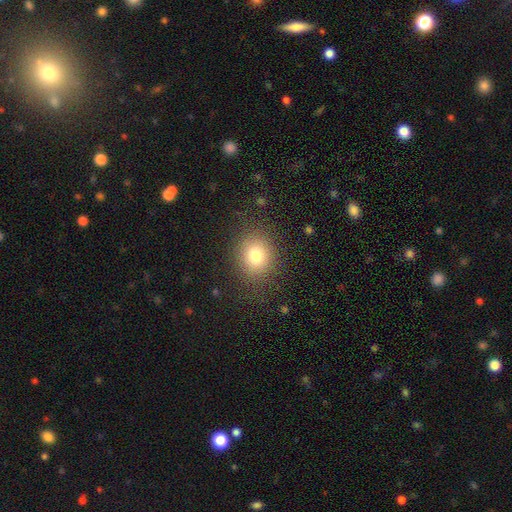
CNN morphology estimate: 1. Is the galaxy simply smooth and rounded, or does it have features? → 78% smooth, 13% star or artifact, 10% featured or disk.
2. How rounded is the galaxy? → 71% round, 28% in between, 1% cigar-shaped.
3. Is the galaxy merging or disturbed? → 85% none, 9% minor disturbance, 5% major disturbance, 1% merger.